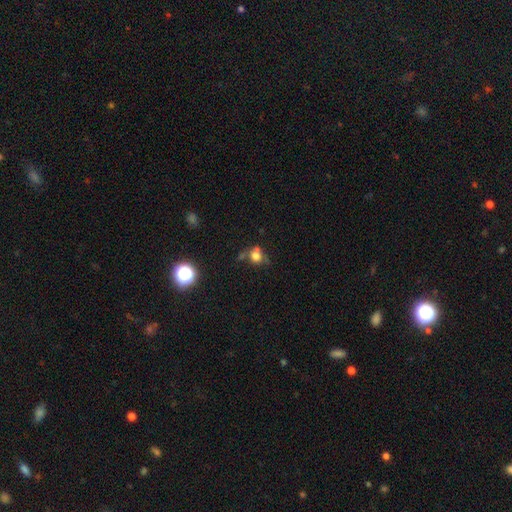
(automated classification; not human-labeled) smooth-or-featured: smooth: 69% | star or artifact: 16% | featured or disk: 15%
  how-rounded: round: 67% | in between: 32% | cigar-shaped: 2%
  merging: none: 43% | minor disturbance: 24% | merger: 18% | major disturbance: 15%